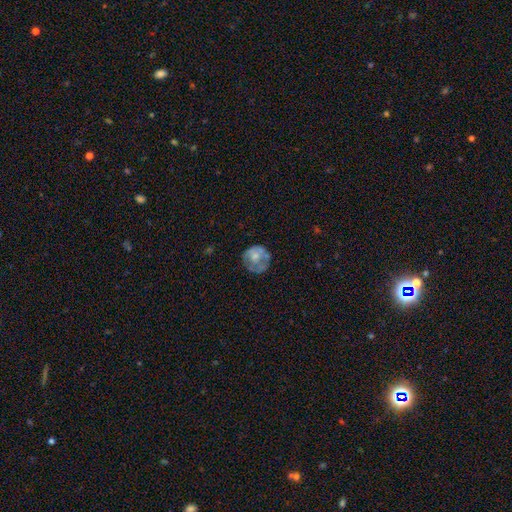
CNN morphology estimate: A smooth galaxy with no disk features (52%) that is round (83%). Merging: none (55%).